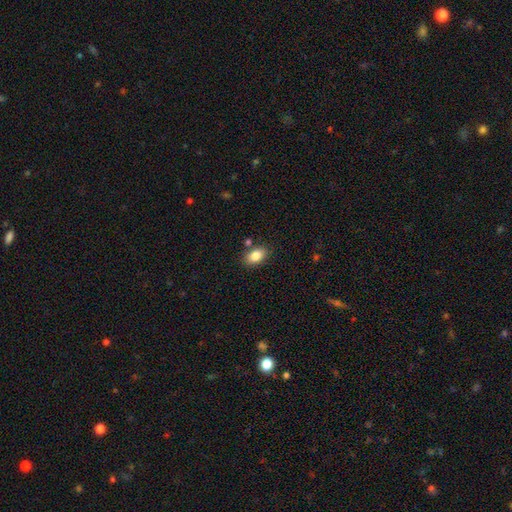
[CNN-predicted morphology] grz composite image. It shows a smooth galaxy with no disk features (83%) that is in between round and cigar-shaped (88%). Merging: none (80%).